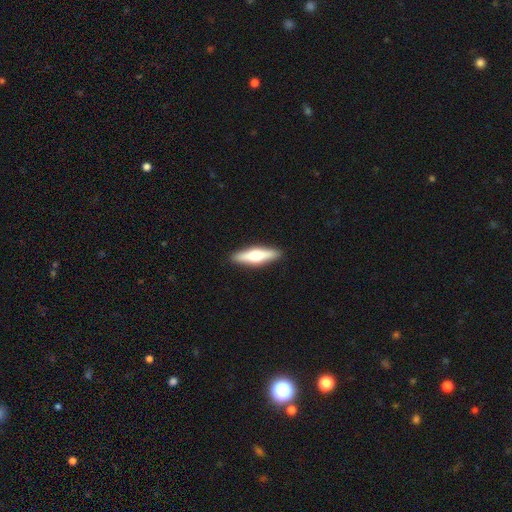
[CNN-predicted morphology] Smooth or featured? featured or disk (48%)
Merging? none (91%)